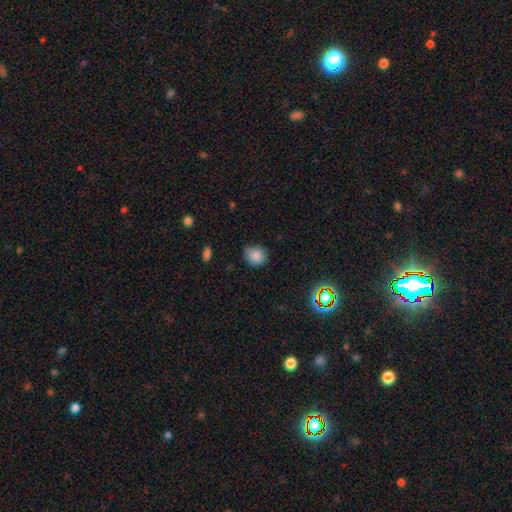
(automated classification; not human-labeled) A smooth galaxy with no disk features (84%) that is round (77%). Merging: none (68%).